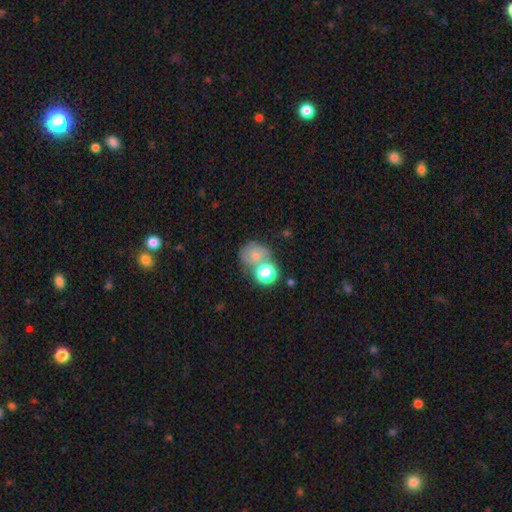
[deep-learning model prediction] Smooth or featured? featured or disk (47%)
Merging? none (49%)